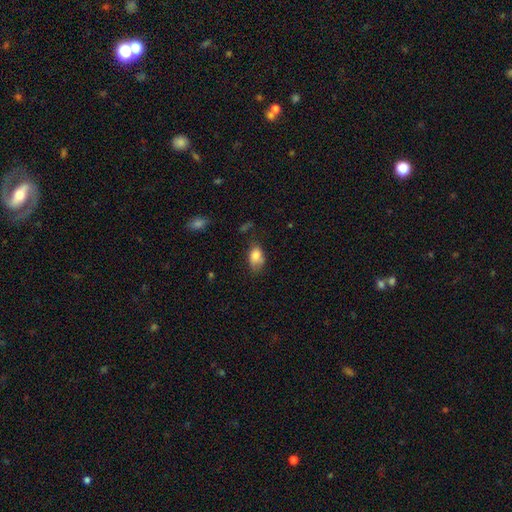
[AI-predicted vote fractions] The model was most divided on "merging": none: 50%, minor disturbance: 31%, major disturbance: 10%, merger: 8%. More confident: how rounded — in between (86%); smooth or featured — smooth (79%).